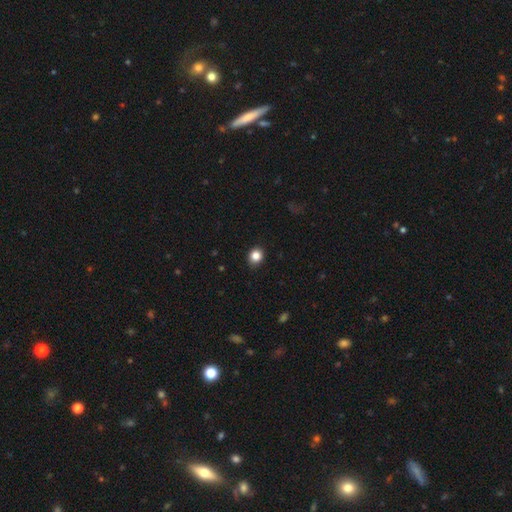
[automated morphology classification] type=smooth (85%); roundness=round (76%); merging=none (90%).